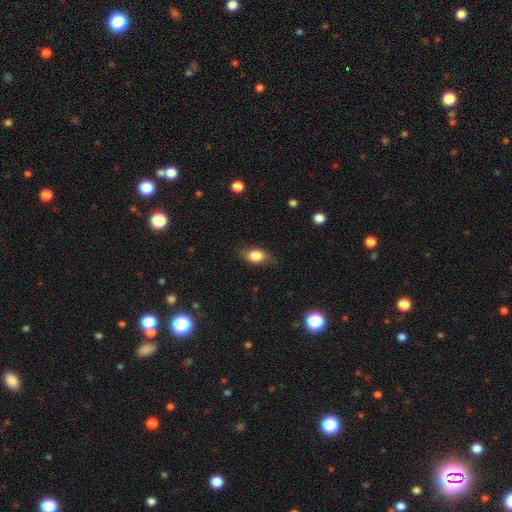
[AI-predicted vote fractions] smooth 80%, featured or disk 12%, star or artifact 8%. Down the decision tree: how rounded — in between (79%); merging — none (72%).